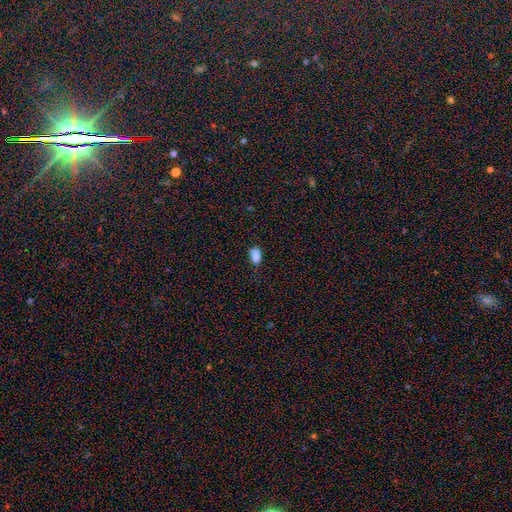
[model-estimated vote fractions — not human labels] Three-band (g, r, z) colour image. It shows a smooth galaxy with no disk features (85%) that is in between round and cigar-shaped (89%). Merging: none (71%).